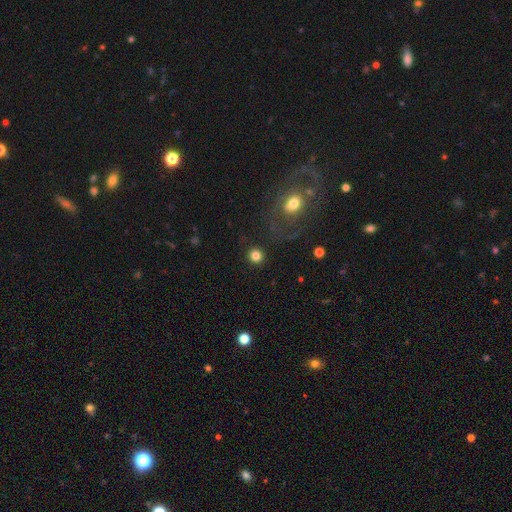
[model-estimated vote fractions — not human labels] Smooth or featured? Predicted: smooth (p=0.82). How rounded? Predicted: round (p=0.92). Merging? Predicted: none (p=0.89).